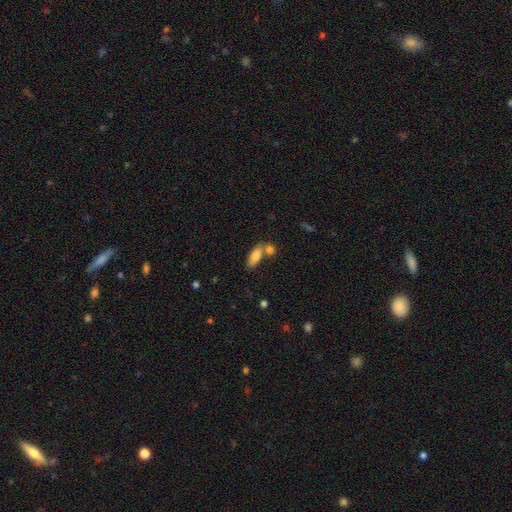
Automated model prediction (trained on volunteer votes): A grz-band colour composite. It shows a smooth galaxy with no disk features (81%) that is in between round and cigar-shaped (80%). Merging: none (52%).